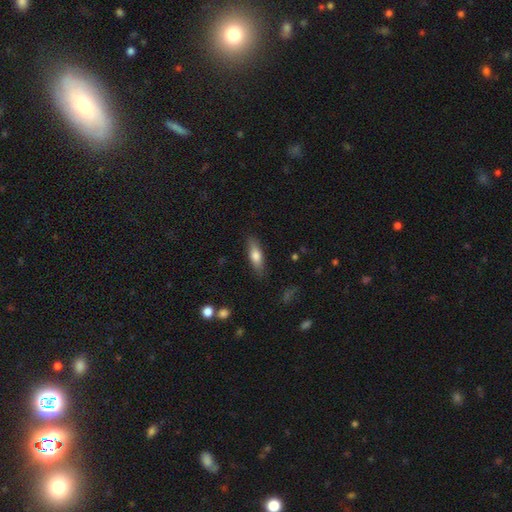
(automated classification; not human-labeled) This is likely a smooth galaxy (69%). How rounded: possibly in between (50%). Merging: clearly none (85%).